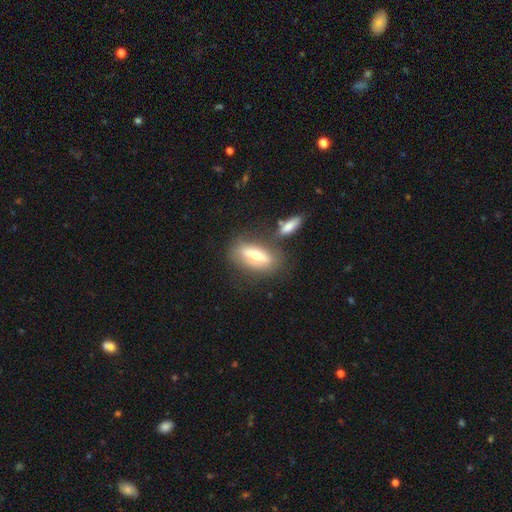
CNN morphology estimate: Smooth or featured?
  - smooth: 55% *
  - featured or disk: 38%
  - star or artifact: 7%
How rounded?
  - in between: 61% *
  - cigar-shaped: 36%
  - round: 3%
Merging?
  - none: 66% *
  - minor disturbance: 15%
  - merger: 13%
  - major disturbance: 6%